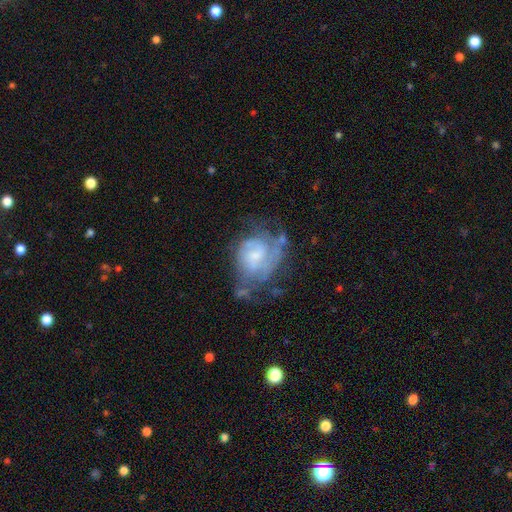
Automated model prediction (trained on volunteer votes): smooth-or-featured: featured or disk: 70% | smooth: 22% | star or artifact: 8%
  disk-edge-on: no: 98% | yes: 2%
    bar: no: 57% | weak: 37% | strong: 6%
    has-spiral-arms: yes: 78% | no: 22%
      spiral-winding: tight: 46% | medium: 38% | loose: 16%
      spiral-arm-count: can't tell: 36% | 2: 35% | 1: 15% | 3: 9% | 4: 3% | more than 4: 2%
    bulge-size: small: 43% | moderate: 35% | none: 14% | large: 6% | dominant: 1%
  merging: none: 39% | major disturbance: 28% | minor disturbance: 27% | merger: 6%